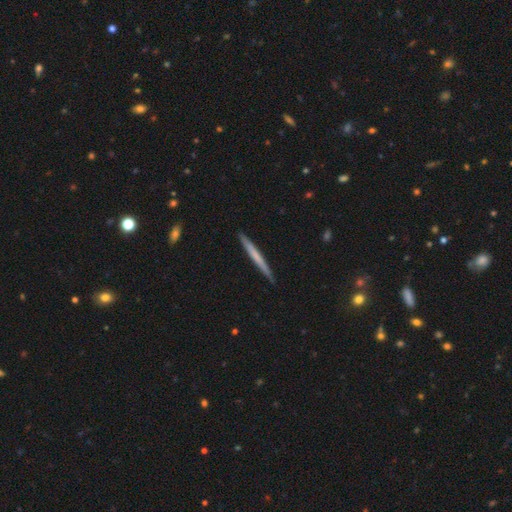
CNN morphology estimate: The model was most divided on "smooth or featured": smooth: 53%, featured or disk: 42%, star or artifact: 5%. More confident: how rounded — cigar-shaped (97%); merging — none (91%).